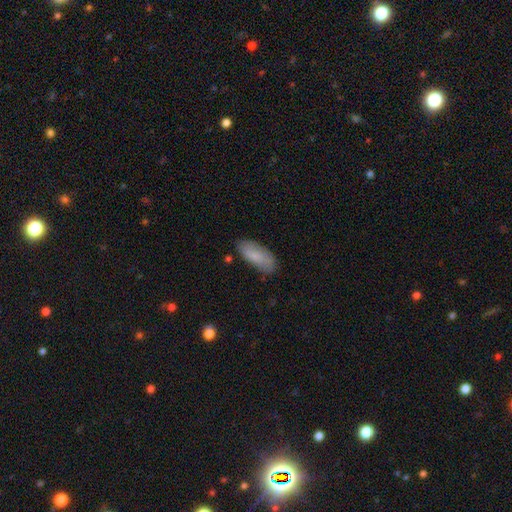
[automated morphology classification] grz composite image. It shows a smooth galaxy with no disk features (81%) that is in between round and cigar-shaped (81%). Merging: none (78%).